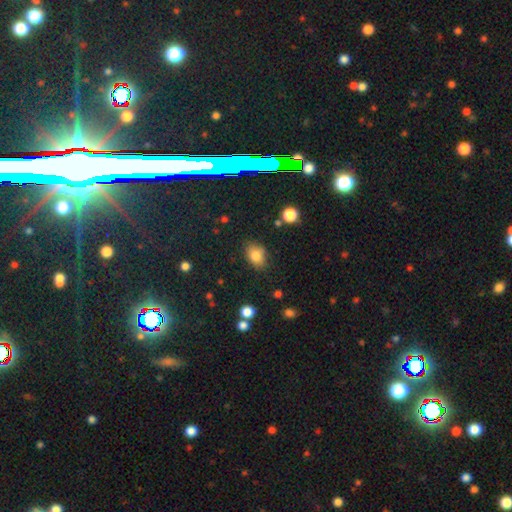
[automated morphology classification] This is clearly a smooth galaxy (81%). How rounded: likely in between (75%). Merging: likely none (78%).